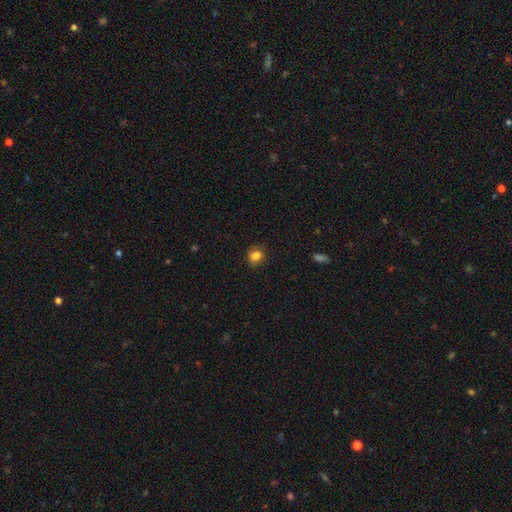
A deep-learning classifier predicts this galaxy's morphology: Smooth or featured? Predicted: smooth (p=0.79). How rounded? Predicted: round (p=0.61). Merging? Predicted: none (p=0.70).